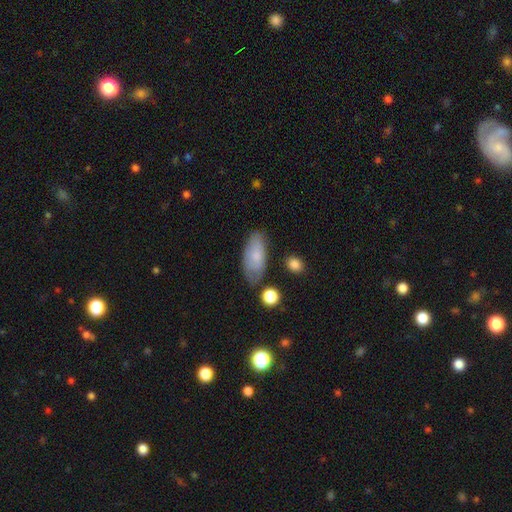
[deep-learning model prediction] Smooth or featured?
  - smooth: 68% *
  - featured or disk: 25%
  - star or artifact: 7%
How rounded?
  - in between: 87% *
  - cigar-shaped: 10%
  - round: 3%
Merging?
  - none: 67% *
  - minor disturbance: 24%
  - major disturbance: 6%
  - merger: 4%